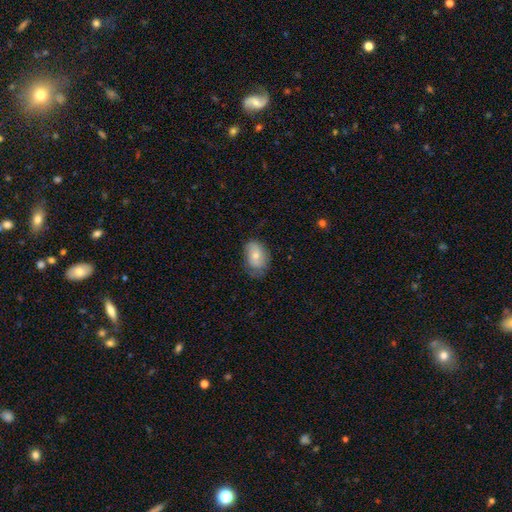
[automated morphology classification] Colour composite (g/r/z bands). It shows a smooth galaxy with no disk features (71%) that is in between round and cigar-shaped (84%). Merging: none (61%).